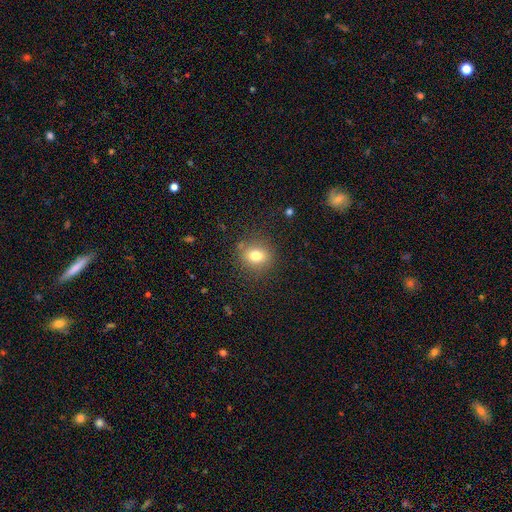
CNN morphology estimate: smooth_or_featured: smooth (p=0.77) [alt: star or artifact p=0.13]
how_rounded: round (p=0.70) [alt: in between p=0.29]
merging: none (p=0.85) [alt: minor disturbance p=0.10]